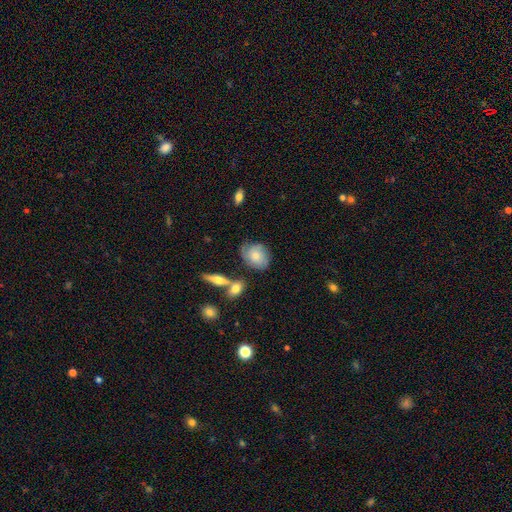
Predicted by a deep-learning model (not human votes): Smooth or featured?
  - smooth: 51% *
  - featured or disk: 41%
  - star or artifact: 8%
How rounded?
  - in between: 50% *
  - round: 48%
  - cigar-shaped: 2%
Merging?
  - none: 63% *
  - minor disturbance: 23%
  - merger: 7%
  - major disturbance: 7%